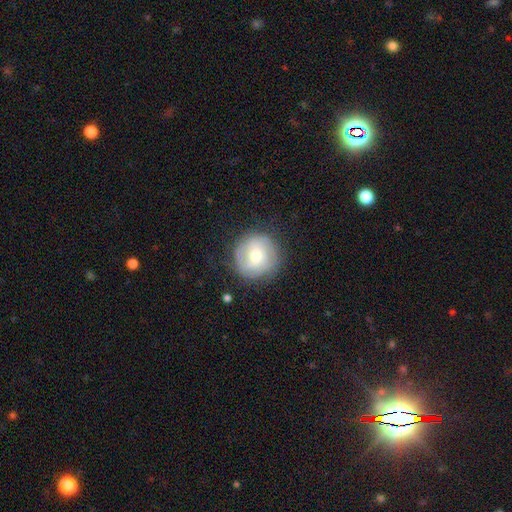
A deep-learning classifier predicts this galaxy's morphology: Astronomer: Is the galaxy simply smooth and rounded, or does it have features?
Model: featured or disk — 51% (runner-up: smooth, 41%).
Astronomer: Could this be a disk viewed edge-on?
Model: no — 97%.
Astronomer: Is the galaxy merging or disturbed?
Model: none — 78%.